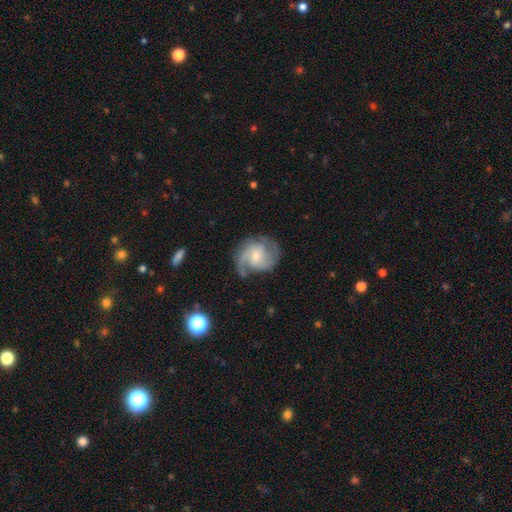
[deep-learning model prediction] This appears to be a featured or disk galaxy (84%) with no bar (55%), 2 (73%) medium (52%) spiral arms (96%) and a small central bulge (56%). Merging: none (70%).